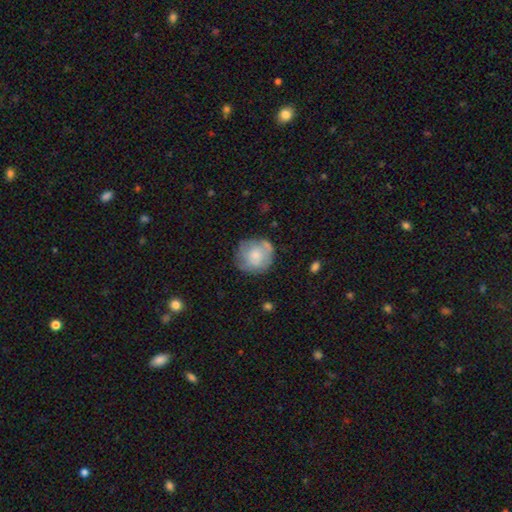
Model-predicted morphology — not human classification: This appears to be a smooth galaxy with no disk features (61%) that is round (89%). Merging: none (64%).